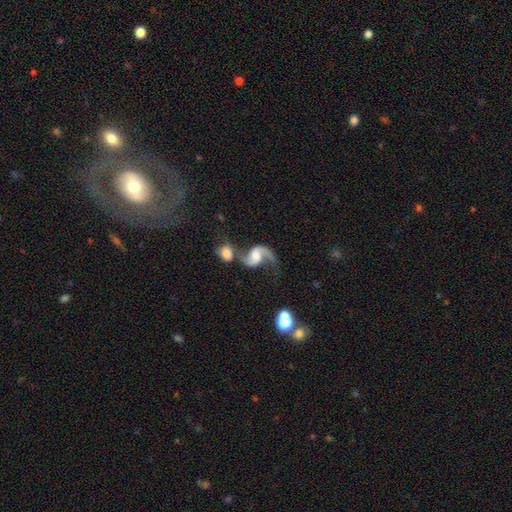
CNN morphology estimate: type=featured or disk (87%); edge-on=no (97%); bar=no (43%); spiral arms=yes (97%); winding=loose (71%); arm count=2 (89%); bulge=moderate (39%); merging=merger (43%).